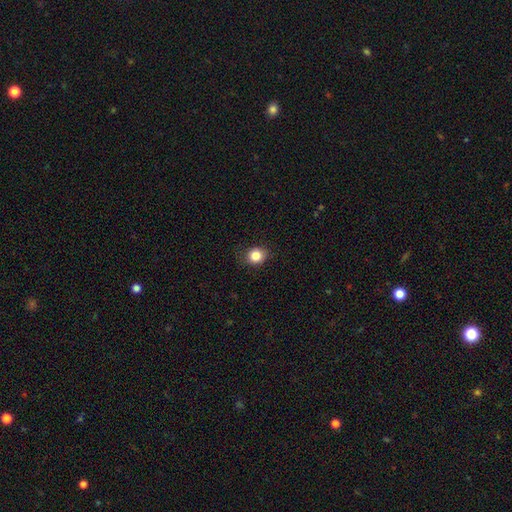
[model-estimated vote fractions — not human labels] Smooth or featured: smooth — 84% (star or artifact — 10%)
How rounded: round — 76% (in between — 23%)
Merging: none — 85% (minor disturbance — 12%)